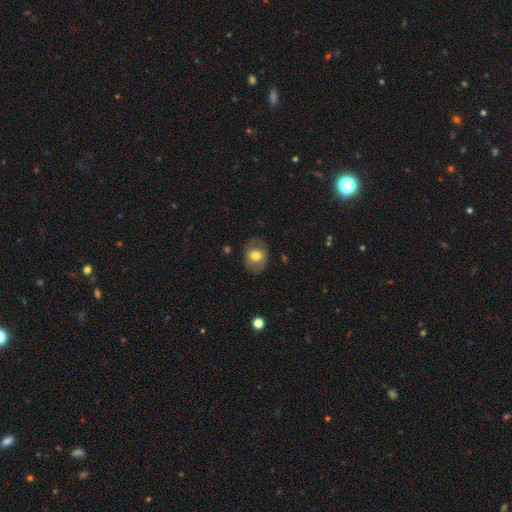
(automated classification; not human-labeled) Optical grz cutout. It shows a smooth galaxy with no disk features (61%) that is in between round and cigar-shaped (50%). Merging: none (77%).